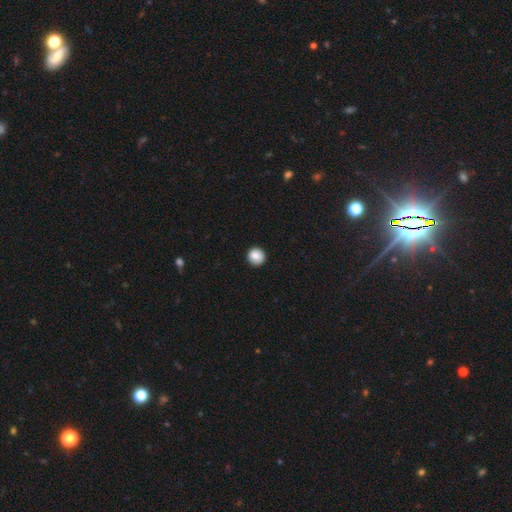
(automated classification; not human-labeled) smooth_or_featured: smooth (p=0.87) [alt: star or artifact p=0.09]
how_rounded: round (p=0.94) [alt: in between p=0.05]
merging: none (p=0.91) [alt: minor disturbance p=0.06]